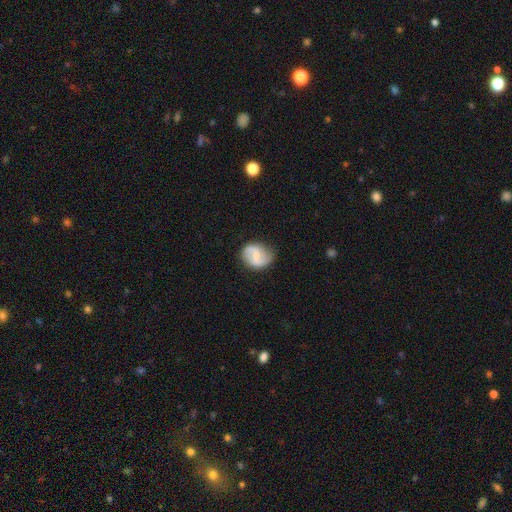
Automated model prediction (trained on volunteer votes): Q: Smooth or featured?
A: featured or disk (69%); runner-up: smooth (25%)
Q: Edge-on disk?
A: no (98%); runner-up: yes (2%)
Q: Bar?
A: weak (53%); runner-up: no (26%)
Q: Spiral arms?
A: yes (92%); runner-up: no (8%)
Q: Spiral winding?
A: loose (48%); runner-up: medium (38%)
Q: Spiral arm count?
A: 2 (89%); runner-up: can't tell (5%)
Q: Bulge size?
A: small (48%); runner-up: moderate (25%)
Q: Merging?
A: none (77%); runner-up: minor disturbance (17%)